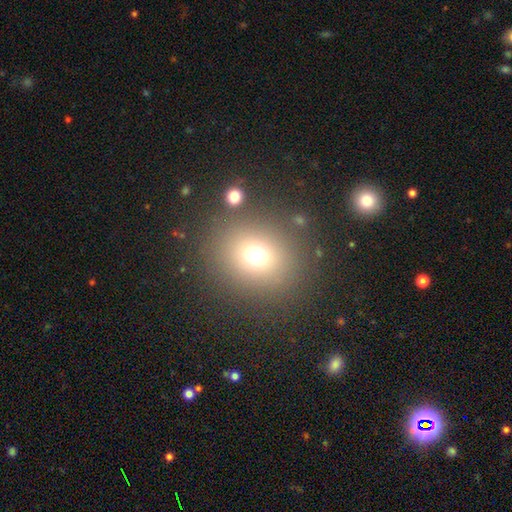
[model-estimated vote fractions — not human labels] A smooth galaxy with no disk features (71%) that is round (71%).

Vote fractions:
- Smooth or featured? smooth: 71% / star or artifact: 19% / featured or disk: 10%
- How rounded? round: 71% / in between: 28% / cigar-shaped: 1%
- Merging? none: 82% / minor disturbance: 8% / major disturbance: 5% / merger: 5%